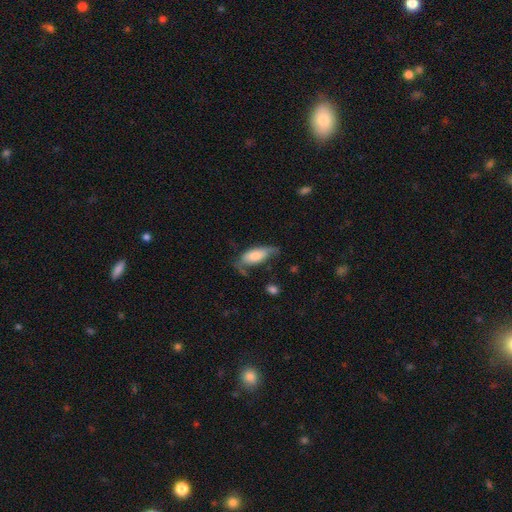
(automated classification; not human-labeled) This appears to be a smooth galaxy with no disk features (65%) that is in between round and cigar-shaped (81%). Merging: none (39%).